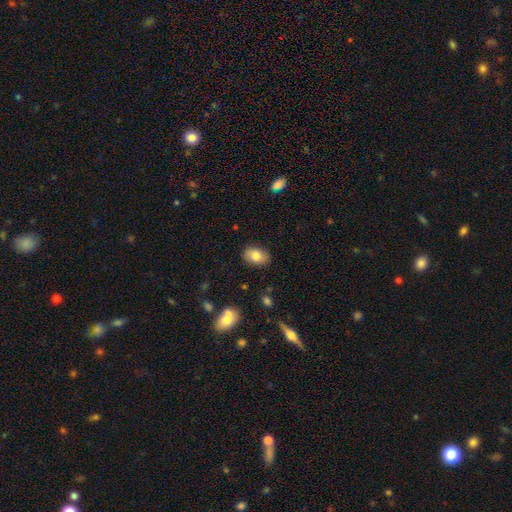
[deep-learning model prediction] The model was most divided on "how rounded": in between: 82%, round: 17%, cigar-shaped: 1%. More confident: merging — none (85%); smooth or featured — smooth (79%).